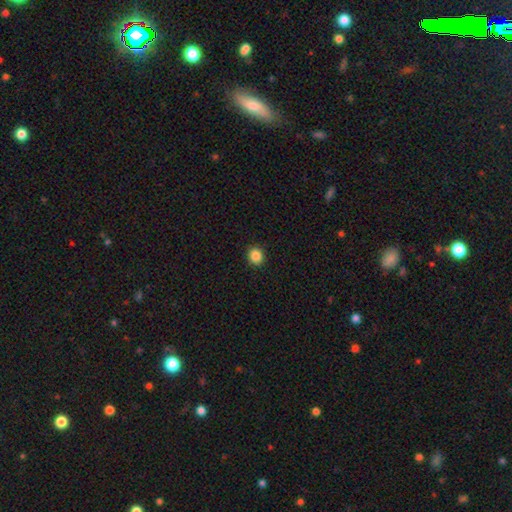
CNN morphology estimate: Smooth or featured?
  - smooth: 87% *
  - star or artifact: 10%
  - featured or disk: 3%
How rounded?
  - round: 81% *
  - in between: 18%
  - cigar-shaped: 1%
Merging?
  - none: 92% *
  - minor disturbance: 6%
  - major disturbance: 2%
  - merger: 1%